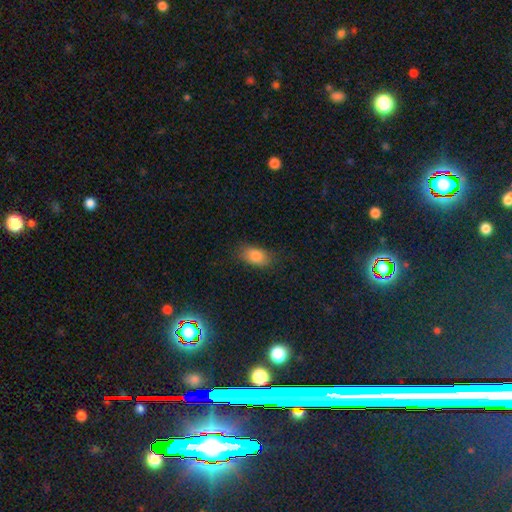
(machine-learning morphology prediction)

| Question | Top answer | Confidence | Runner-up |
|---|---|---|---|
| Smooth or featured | smooth | 84% | star or artifact (9%) |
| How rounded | in between | 88% | round (9%) |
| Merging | none | 75% | minor disturbance (18%) |